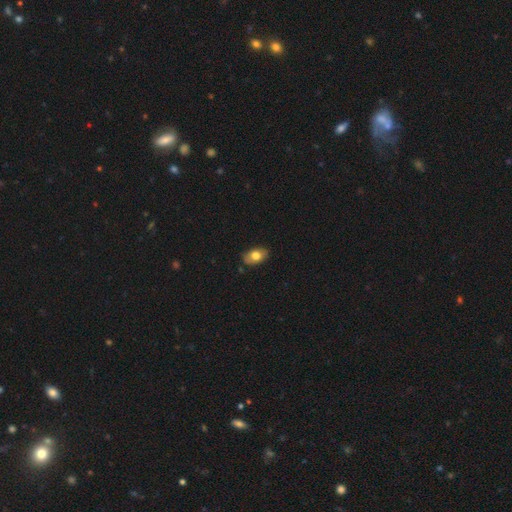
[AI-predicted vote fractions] smooth 74%, featured or disk 19%, star or artifact 8%. Down the decision tree: how rounded — in between (88%); merging — none (82%).